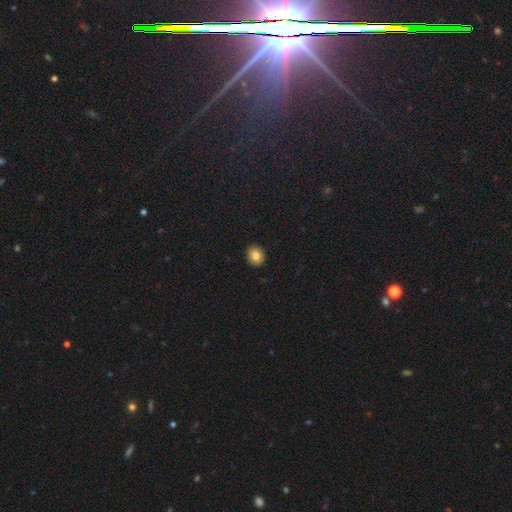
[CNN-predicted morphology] A smooth galaxy with no disk features (84%) that is round (71%).

Vote fractions:
- Smooth or featured? smooth: 84% / star or artifact: 9% / featured or disk: 7%
- How rounded? round: 71% / in between: 28% / cigar-shaped: 1%
- Merging? none: 92% / minor disturbance: 6% / major disturbance: 1% / merger: 1%